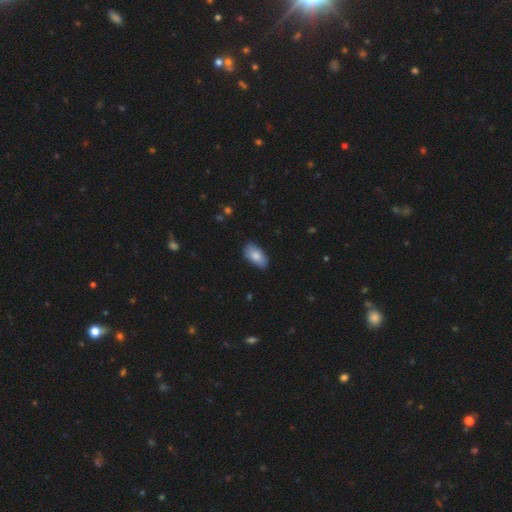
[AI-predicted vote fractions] smooth-or-featured: smooth: 83% | featured or disk: 11% | star or artifact: 6%
  how-rounded: in between: 93% | cigar-shaped: 4% | round: 3%
  merging: none: 84% | minor disturbance: 13% | major disturbance: 2% | merger: 1%